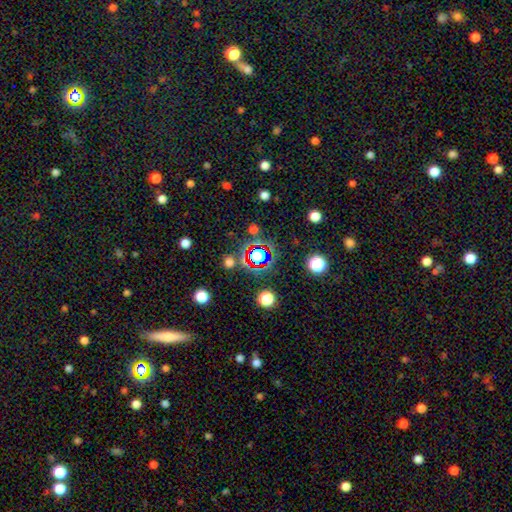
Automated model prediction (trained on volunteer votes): star or artifact 55%, smooth 33%, featured or disk 13%.